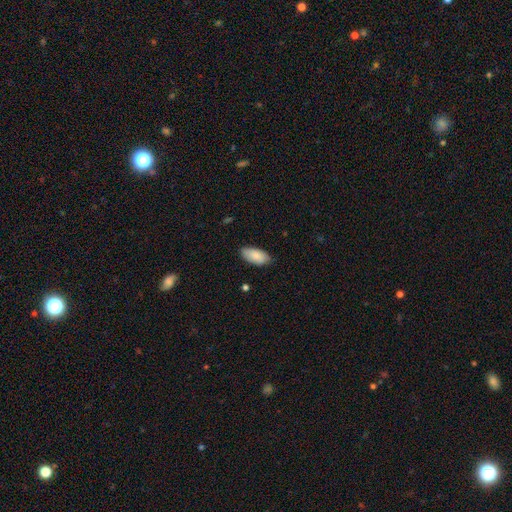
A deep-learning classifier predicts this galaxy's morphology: smooth_or_featured: smooth (p=0.86) [alt: featured or disk p=0.08]
how_rounded: in between (p=0.93) [alt: cigar-shaped p=0.05]
merging: none (p=0.81) [alt: minor disturbance p=0.16]